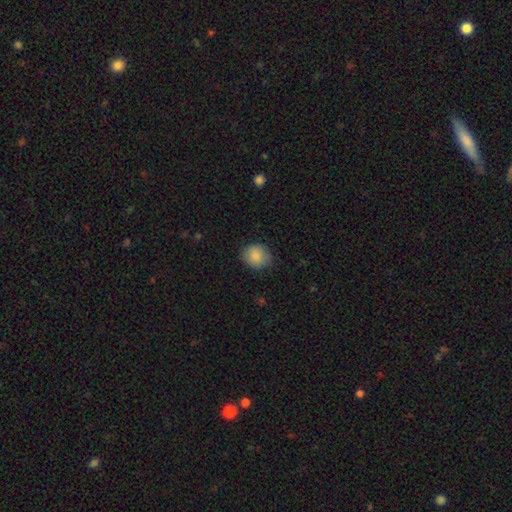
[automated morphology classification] smooth-or-featured: smooth: 87% | star or artifact: 8% | featured or disk: 5%
  how-rounded: round: 72% | in between: 27% | cigar-shaped: 1%
  merging: none: 79% | minor disturbance: 17% | major disturbance: 3% | merger: 1%